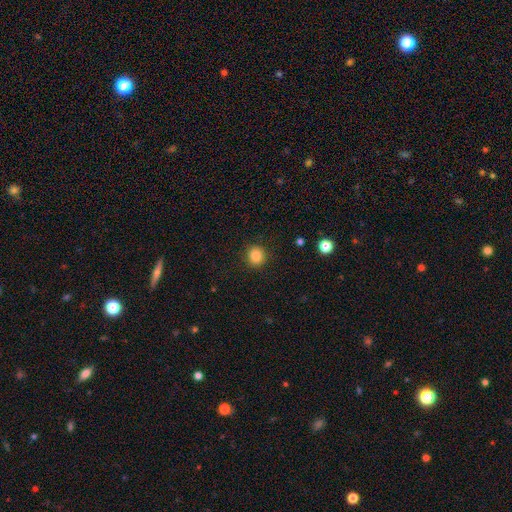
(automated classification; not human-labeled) smooth 86%, star or artifact 10%, featured or disk 4%. Down the decision tree: how rounded — round (88%); merging — none (90%).